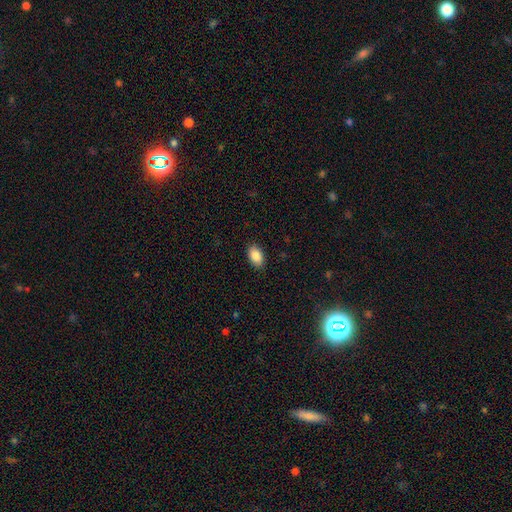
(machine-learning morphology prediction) A smooth galaxy with no disk features (88%) that is in between round and cigar-shaped (92%).

Vote fractions:
- Smooth or featured? smooth: 88% / star or artifact: 7% / featured or disk: 5%
- How rounded? in between: 92% / round: 6% / cigar-shaped: 1%
- Merging? none: 89% / minor disturbance: 8% / major disturbance: 2% / merger: 1%